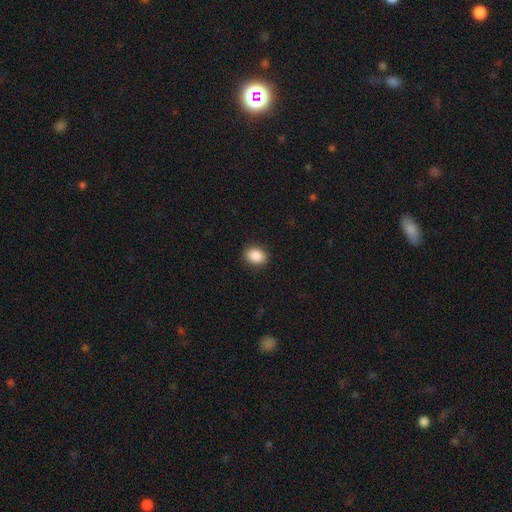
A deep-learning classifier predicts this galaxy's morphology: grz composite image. It shows a smooth galaxy with no disk features (88%) that is in between round and cigar-shaped (63%). Merging: none (89%).